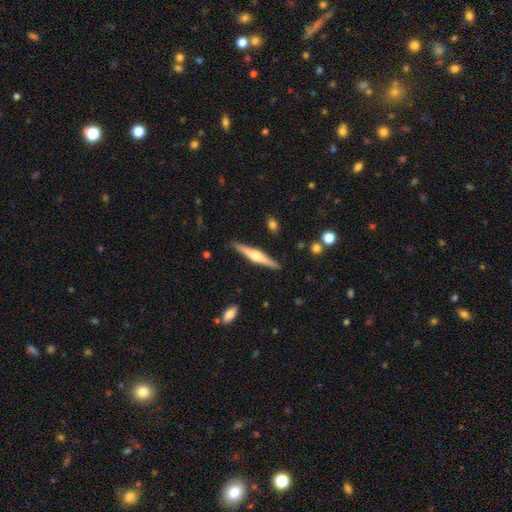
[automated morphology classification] A featured or disk galaxy (69%) viewed edge-on (98%) with a rounded central bulge (90%). Merging: none (90%).